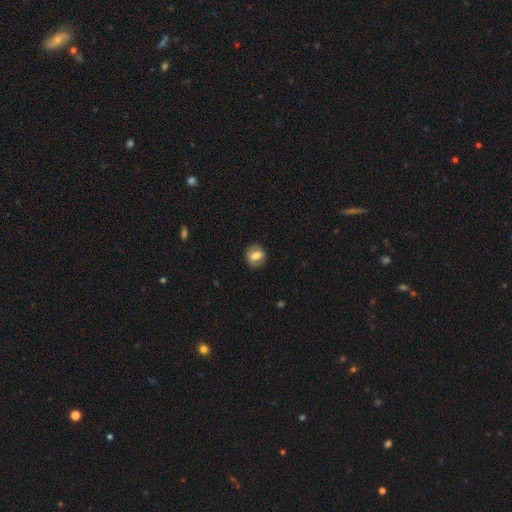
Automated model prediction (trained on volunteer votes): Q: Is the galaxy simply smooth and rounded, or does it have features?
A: smooth — 67%.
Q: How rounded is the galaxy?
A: round — 67%.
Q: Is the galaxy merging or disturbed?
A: none — 84%.